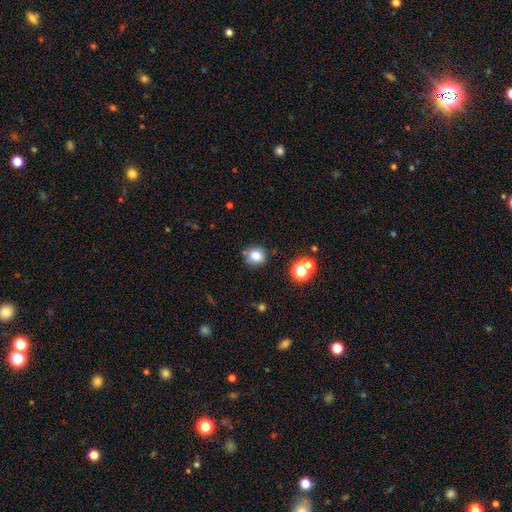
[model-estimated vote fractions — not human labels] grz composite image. It shows a smooth galaxy with no disk features (77%) that is round (87%). Merging: none (84%).